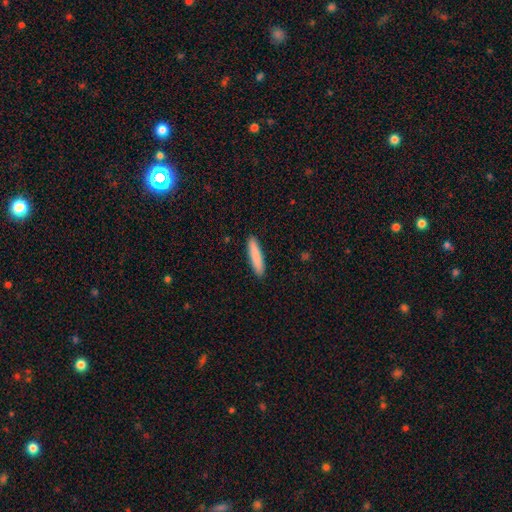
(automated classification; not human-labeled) Smooth or featured?
  - smooth: 86% *
  - featured or disk: 9%
  - star or artifact: 5%
How rounded?
  - cigar-shaped: 89% *
  - in between: 9%
  - round: 1%
Merging?
  - none: 92% *
  - minor disturbance: 6%
  - major disturbance: 1%
  - merger: 1%